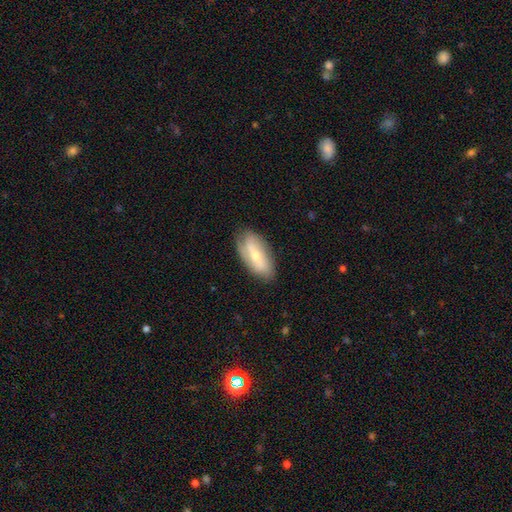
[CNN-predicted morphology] Q: Smooth or featured?
A: featured or disk (49%); runner-up: smooth (44%)
Q: Merging?
A: none (79%); runner-up: minor disturbance (16%)